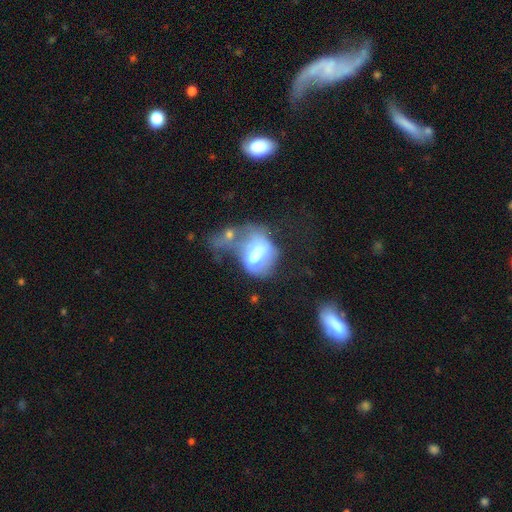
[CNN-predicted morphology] Smooth or featured? smooth (54%)
How rounded? in between (65%)
Merging? major disturbance (41%)